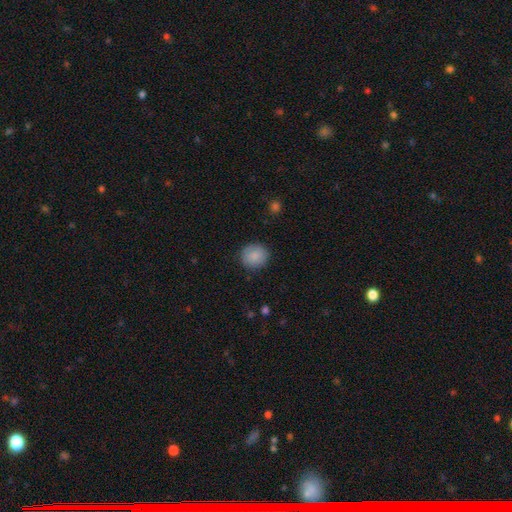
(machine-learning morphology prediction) Smooth or featured?
  - smooth: 88% *
  - star or artifact: 7%
  - featured or disk: 5%
How rounded?
  - round: 89% *
  - in between: 10%
  - cigar-shaped: 1%
Merging?
  - none: 88% *
  - minor disturbance: 9%
  - major disturbance: 2%
  - merger: 1%